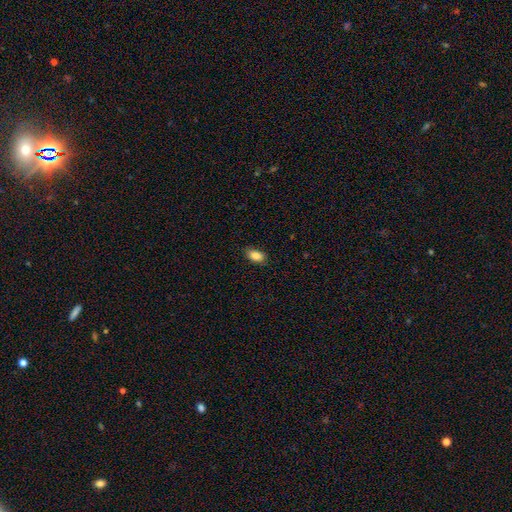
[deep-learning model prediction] Overall: smooth (87%). How rounded: in between (90%). Merging: none (85%).